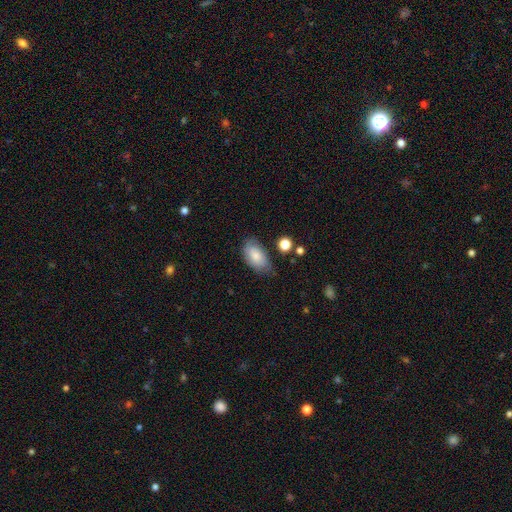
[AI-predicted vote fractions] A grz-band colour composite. It shows a smooth galaxy with no disk features (79%) that is in between round and cigar-shaped (93%). Merging: none (54%).